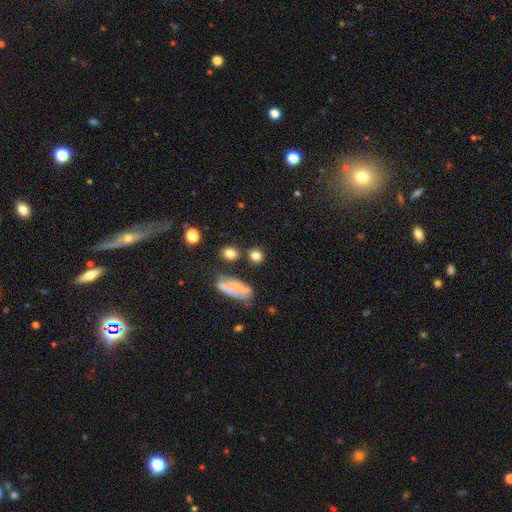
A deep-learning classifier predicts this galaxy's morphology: smooth-or-featured: smooth: 77% | star or artifact: 12% | featured or disk: 11%
  how-rounded: round: 78% | in between: 19% | cigar-shaped: 3%
  merging: none: 71% | minor disturbance: 12% | merger: 11% | major disturbance: 6%